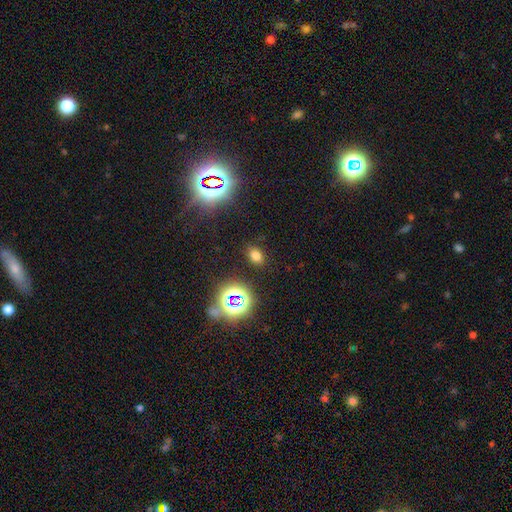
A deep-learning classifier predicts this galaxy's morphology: Smooth or featured? smooth (70%)
How rounded? in between (77%)
Merging? none (85%)